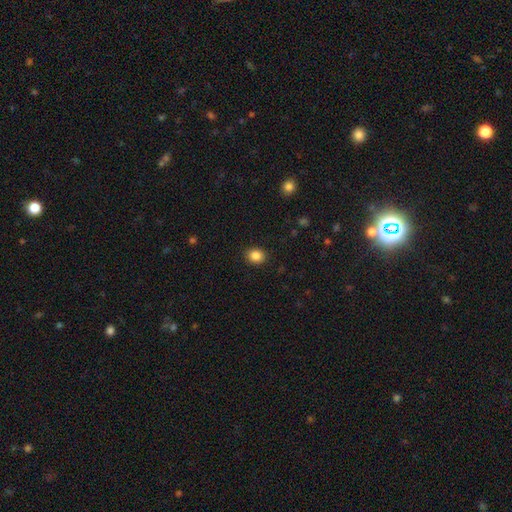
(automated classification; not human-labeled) smooth 86%, star or artifact 10%, featured or disk 4%. Down the decision tree: how rounded — round (63%); merging — none (90%).